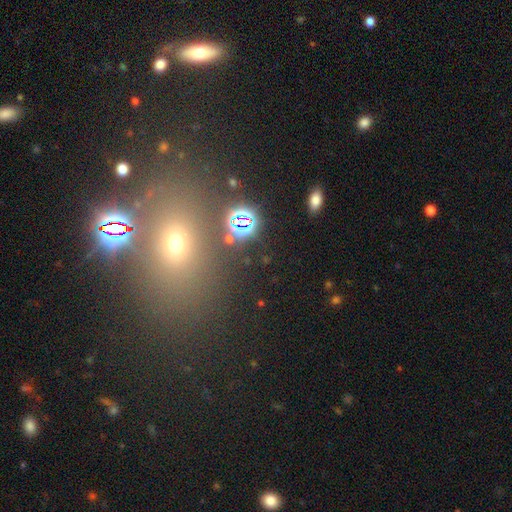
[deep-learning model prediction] Morphology: type=smooth (47%); merging=none (76%).